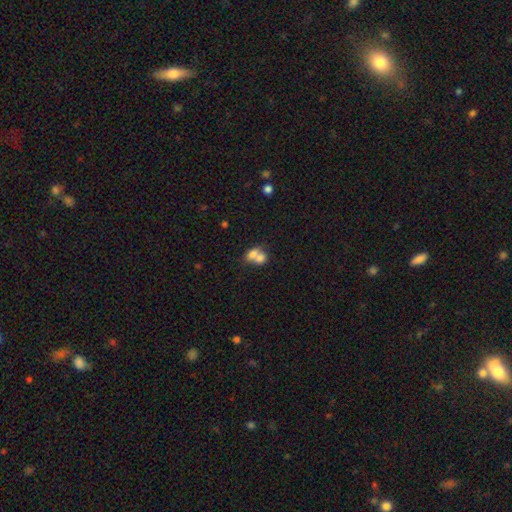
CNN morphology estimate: type=smooth (72%); roundness=in between (61%); merging=merger (71%).